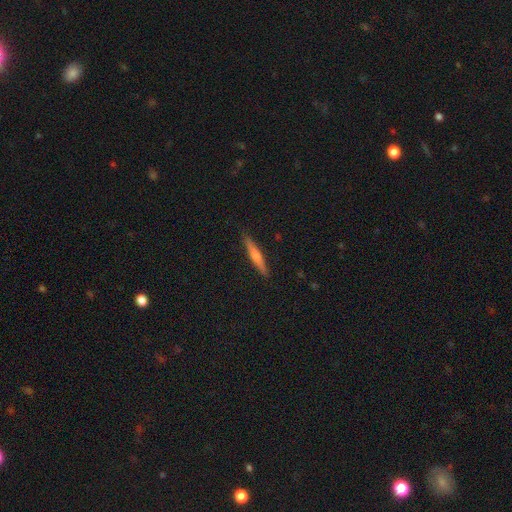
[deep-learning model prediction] Overall: featured or disk (55%; smooth 39%). Edge-on disk: yes (97%). Edge-on bulge: rounded (75%). Merging: none (91%).